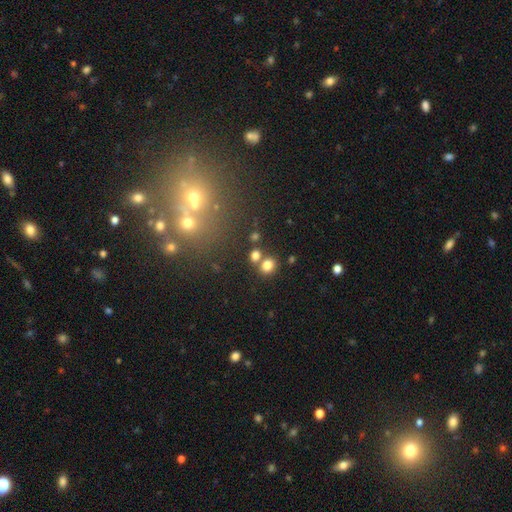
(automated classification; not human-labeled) The model was most divided on "how rounded": round: 70%, in between: 29%, cigar-shaped: 1%. More confident: smooth or featured — smooth (77%); merging — none (65%).